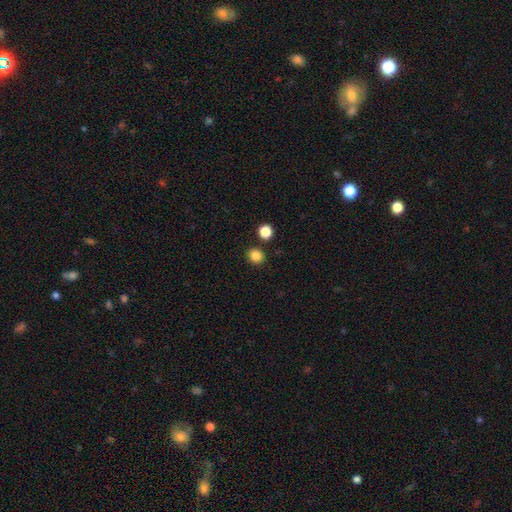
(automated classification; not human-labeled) A smooth galaxy with no disk features (84%) that is round (89%).

Vote fractions:
- Smooth or featured? smooth: 84% / star or artifact: 12% / featured or disk: 4%
- How rounded? round: 89% / in between: 10% / cigar-shaped: 1%
- Merging? none: 88% / minor disturbance: 6% / merger: 4% / major disturbance: 2%